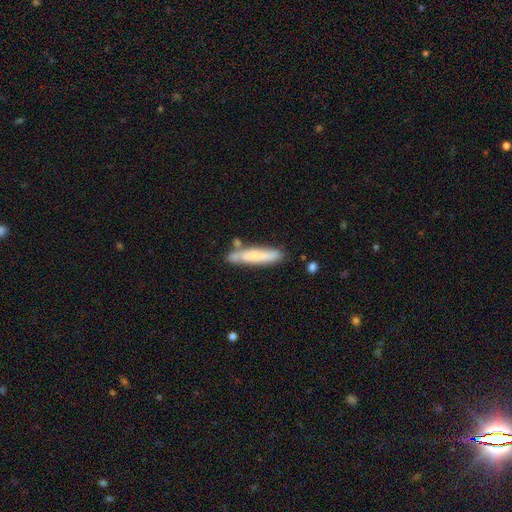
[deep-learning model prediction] A smooth galaxy with no disk features (63%) that is cigar-shaped (85%).

Vote fractions:
- Smooth or featured? smooth: 63% / featured or disk: 31% / star or artifact: 6%
- How rounded? cigar-shaped: 85% / in between: 13% / round: 1%
- Merging? none: 69% / minor disturbance: 18% / merger: 10% / major disturbance: 4%